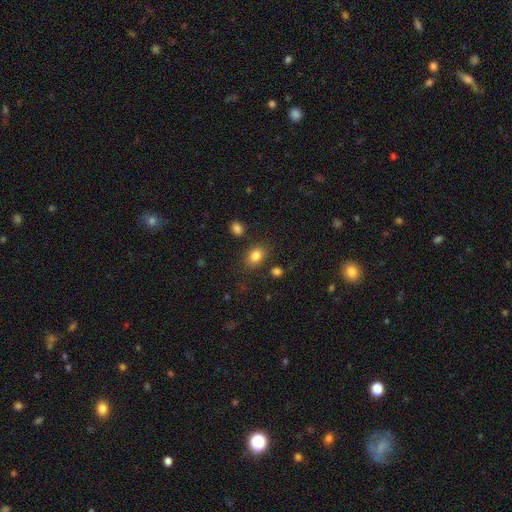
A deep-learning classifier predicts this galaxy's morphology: Smooth or featured? smooth (83%)
How rounded? in between (70%)
Merging? none (81%)